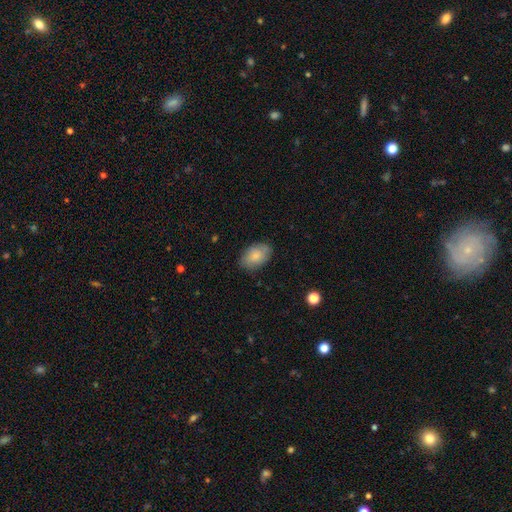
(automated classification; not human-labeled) This is clearly a smooth galaxy (81%). How rounded: clearly in between (89%). Merging: clearly none (82%).